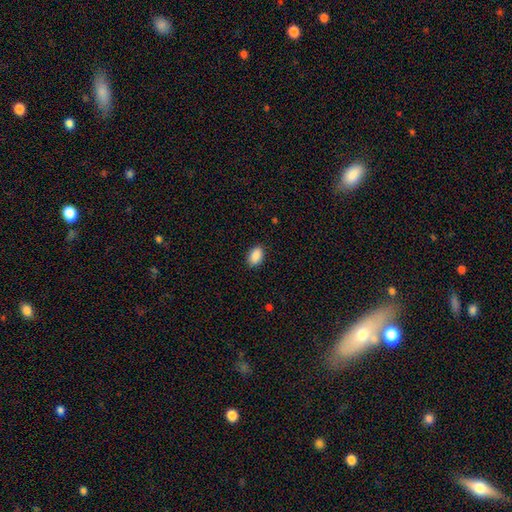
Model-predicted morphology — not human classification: smooth 90%, star or artifact 7%, featured or disk 3%. Down the decision tree: how rounded — in between (90%); merging — none (87%).